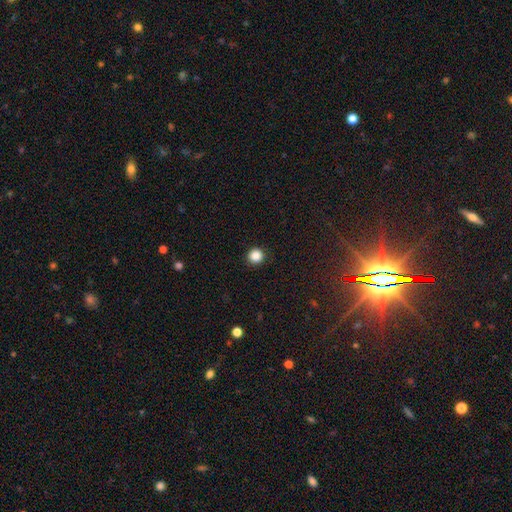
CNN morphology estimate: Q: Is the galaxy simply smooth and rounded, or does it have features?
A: smooth — 86%.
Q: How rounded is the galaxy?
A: round — 94%.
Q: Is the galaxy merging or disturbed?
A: none — 92%.